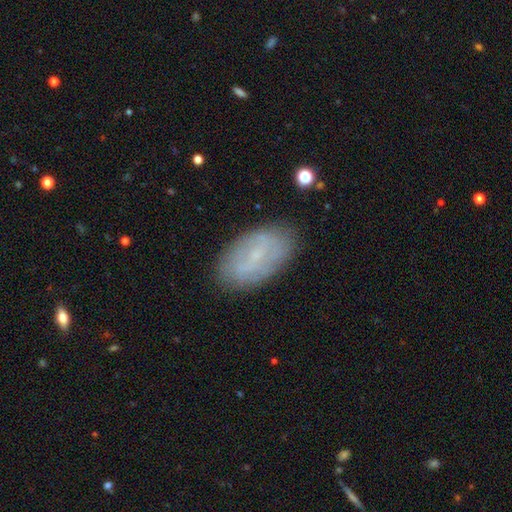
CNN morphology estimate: type=featured or disk (48%); merging=none (82%).